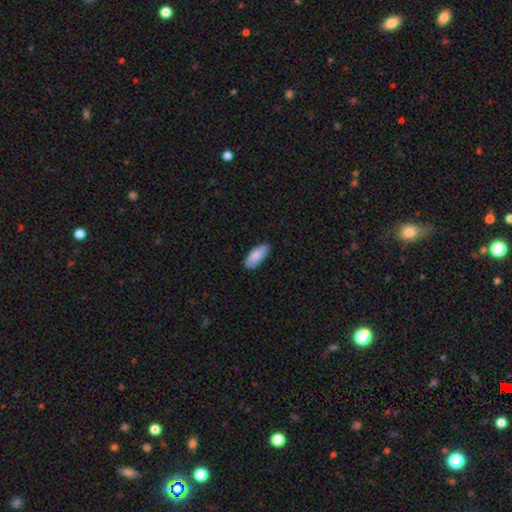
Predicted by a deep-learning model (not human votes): The model was most divided on "merging": none: 78%, minor disturbance: 19%, major disturbance: 3%, merger: 1%. More confident: smooth or featured — smooth (86%); how rounded — in between (82%).